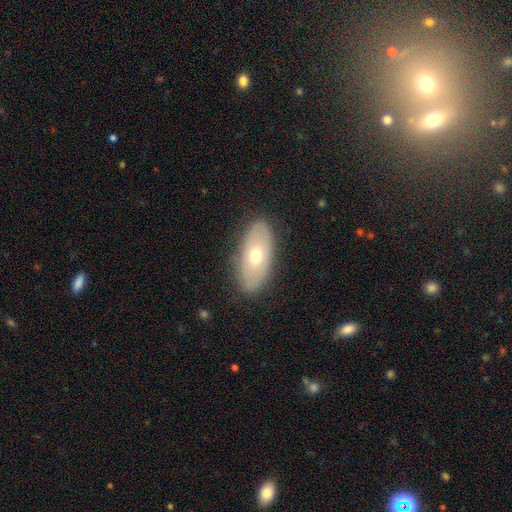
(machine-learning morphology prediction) Smooth or featured: smooth — 54% (featured or disk — 39%)
How rounded: in between — 90% (cigar-shaped — 5%)
Merging: none — 86% (minor disturbance — 10%)